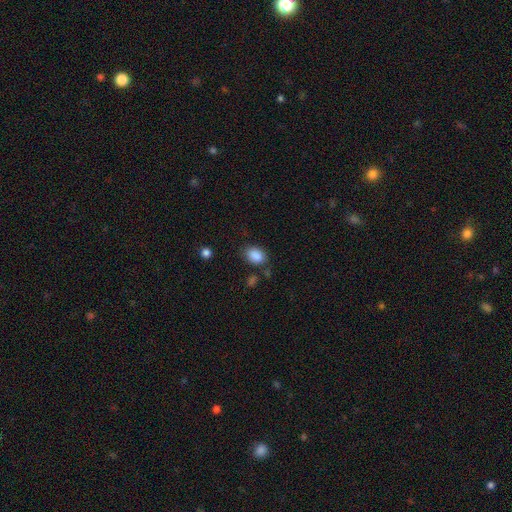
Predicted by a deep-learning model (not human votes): Overall: smooth (87%). How rounded: in between (78%). Merging: none (73%).